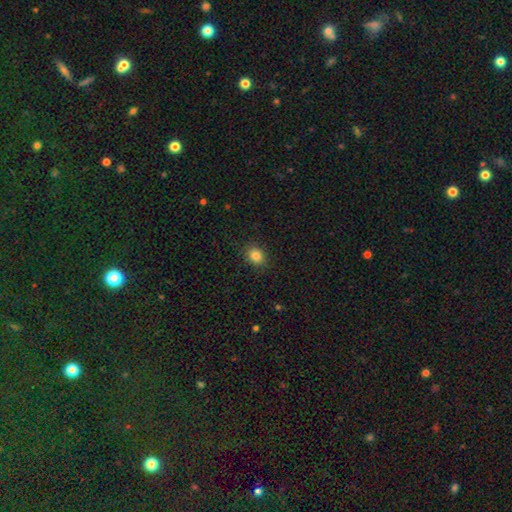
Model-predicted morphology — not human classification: Q: Smooth or featured?
A: smooth (84%); runner-up: star or artifact (11%)
Q: How rounded?
A: round (57%); runner-up: in between (43%)
Q: Merging?
A: none (89%); runner-up: minor disturbance (8%)